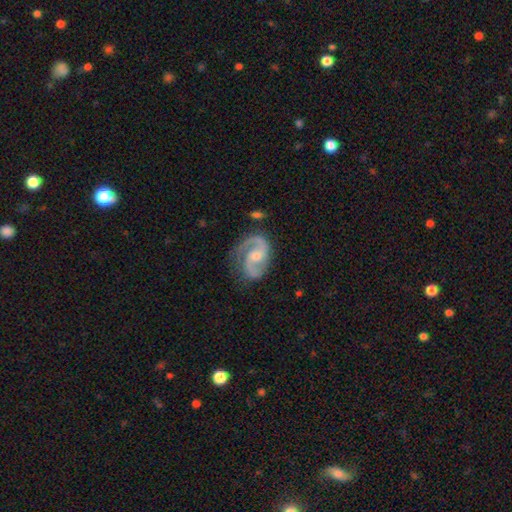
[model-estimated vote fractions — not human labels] smooth-or-featured: featured or disk: 91% | smooth: 5% | star or artifact: 4%
  disk-edge-on: no: 98% | yes: 2%
    bar: no: 51% | weak: 40% | strong: 9%
    has-spiral-arms: yes: 98% | no: 2%
      spiral-winding: medium: 58% | tight: 26% | loose: 15%
      spiral-arm-count: 2: 90% | 1: 4% | can't tell: 2% | 3: 2% | 4: 1% | more than 4: 1%
    bulge-size: small: 46% | moderate: 44% | none: 6% | large: 3% | dominant: 1%
  merging: none: 71% | minor disturbance: 19% | major disturbance: 8% | merger: 2%